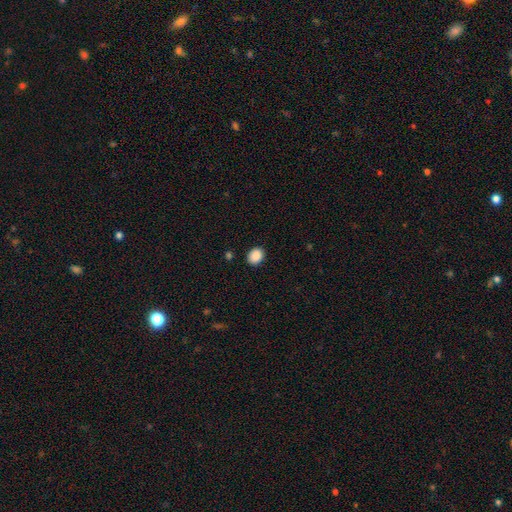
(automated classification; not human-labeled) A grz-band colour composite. It shows a smooth galaxy with no disk features (89%) that is round (58%). Merging: none (89%).